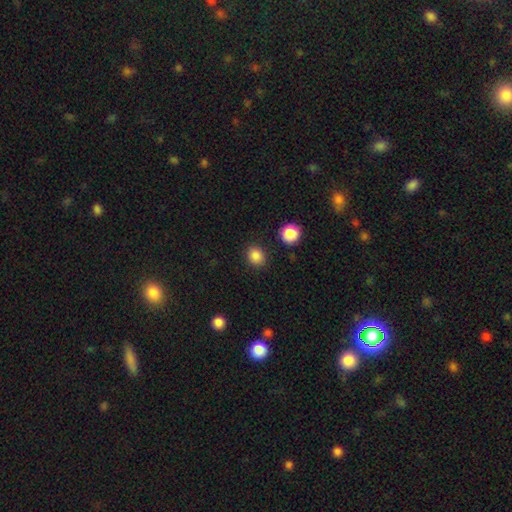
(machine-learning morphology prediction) Q: Smooth or featured?
A: smooth (86%); runner-up: star or artifact (10%)
Q: How rounded?
A: round (68%); runner-up: in between (31%)
Q: Merging?
A: none (87%); runner-up: minor disturbance (8%)